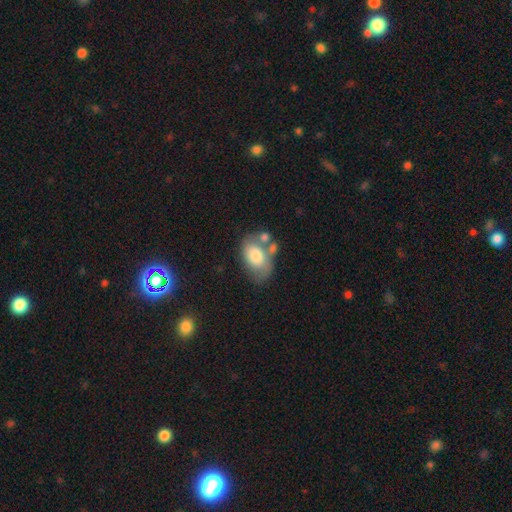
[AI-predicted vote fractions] Smooth or featured? Predicted: smooth (p=0.71). How rounded? Predicted: in between (p=0.89). Merging? Predicted: none (p=0.41).